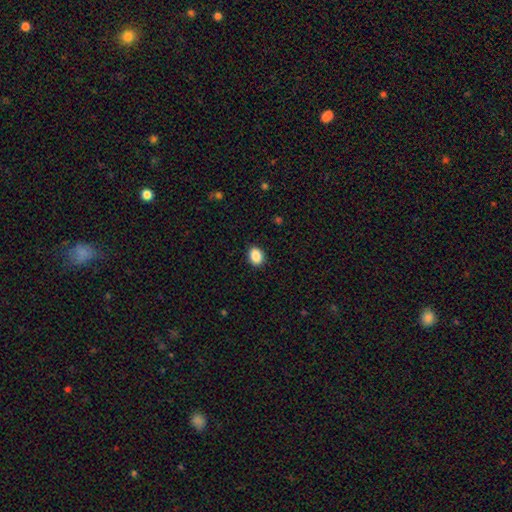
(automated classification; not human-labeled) The model was most divided on "how rounded": in between: 59%, round: 40%, cigar-shaped: 1%. More confident: merging — none (90%); smooth or featured — smooth (88%).